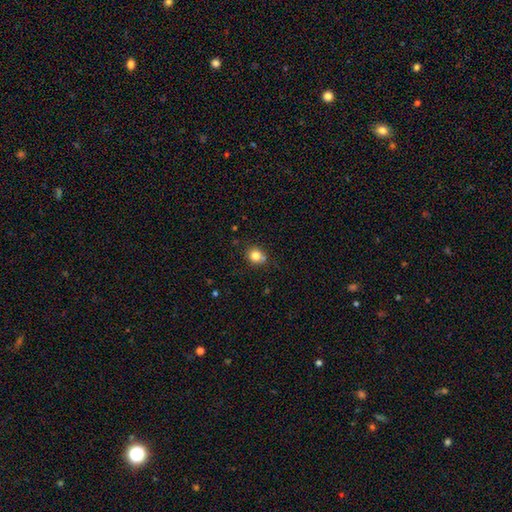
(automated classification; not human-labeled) Morphology: type=smooth (82%); roundness=round (83%); merging=none (72%).